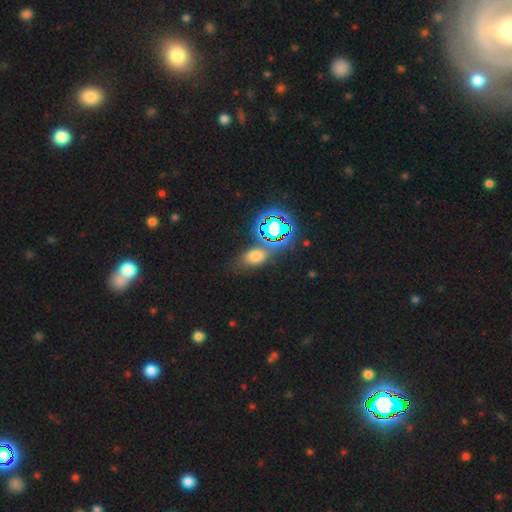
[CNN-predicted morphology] This appears to be a smooth galaxy with no disk features (51%) that is in between round and cigar-shaped (78%). Merging: none (68%).